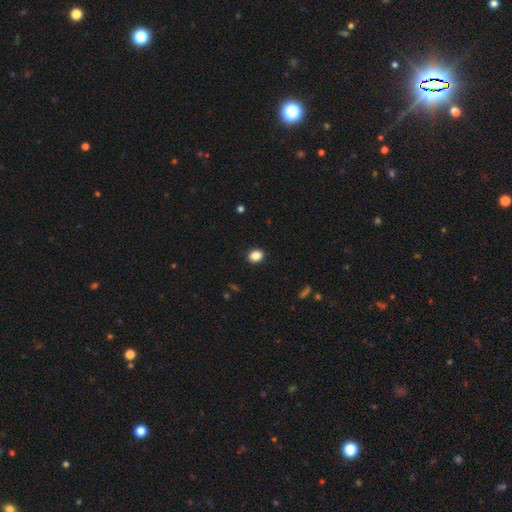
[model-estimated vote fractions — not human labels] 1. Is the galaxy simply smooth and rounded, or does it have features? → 87% smooth, 10% star or artifact, 3% featured or disk.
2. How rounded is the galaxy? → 53% round, 46% in between, 1% cigar-shaped.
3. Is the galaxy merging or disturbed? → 90% none, 7% minor disturbance, 2% major disturbance, 1% merger.